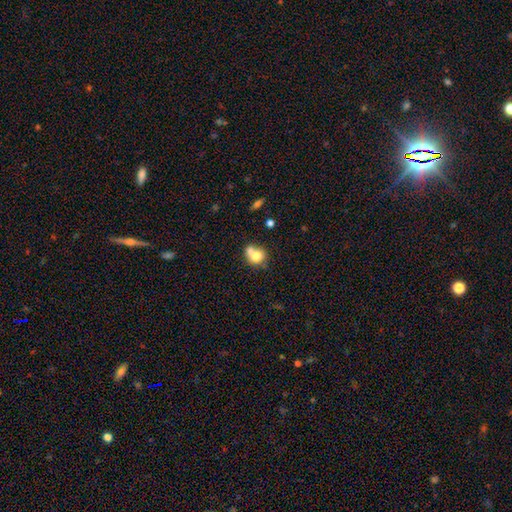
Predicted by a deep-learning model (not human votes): smooth 74%, featured or disk 16%, star or artifact 10%. Down the decision tree: how rounded — round (74%); merging — merger (53%).